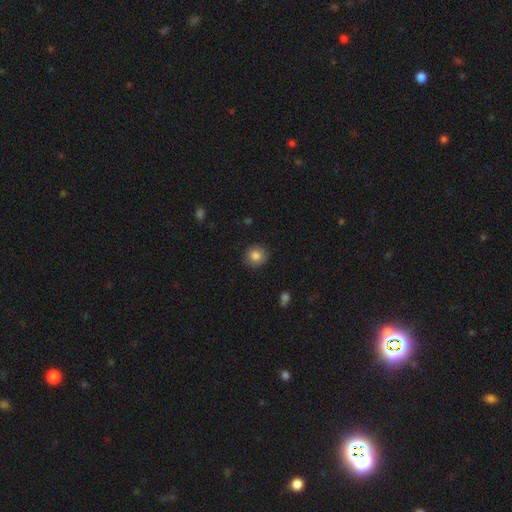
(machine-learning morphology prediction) smooth_or_featured: smooth (p=0.83) [alt: star or artifact p=0.09]
how_rounded: round (p=0.86) [alt: in between p=0.13]
merging: none (p=0.88) [alt: minor disturbance p=0.08]